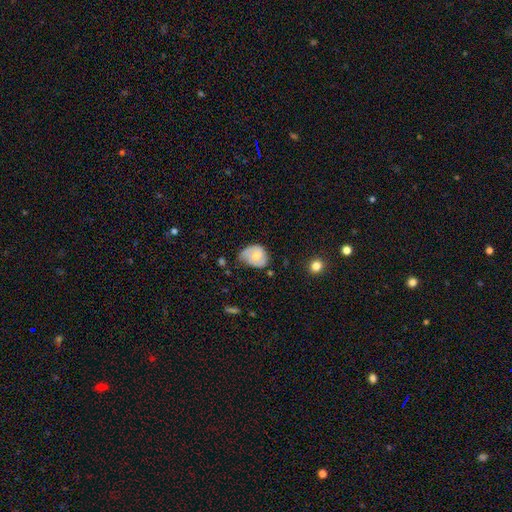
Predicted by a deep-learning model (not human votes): Smooth or featured: smooth — 59% (featured or disk — 34%)
How rounded: in between — 57% (round — 42%)
Merging: minor disturbance — 46% (none — 35%)